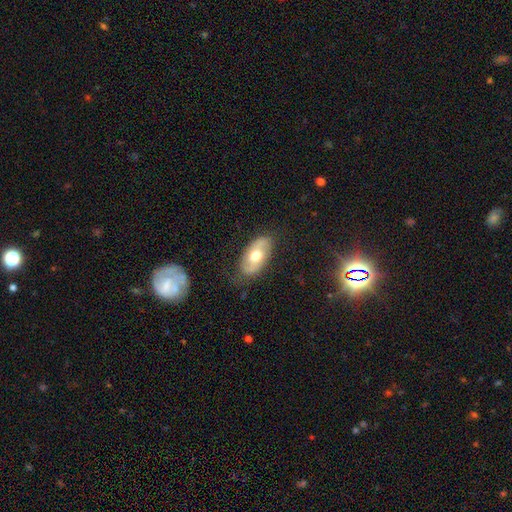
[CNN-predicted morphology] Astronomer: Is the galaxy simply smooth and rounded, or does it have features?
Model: smooth — 51% (runner-up: featured or disk, 44%).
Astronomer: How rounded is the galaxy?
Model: in between — 92%.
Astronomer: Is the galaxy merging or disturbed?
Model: none — 76%.